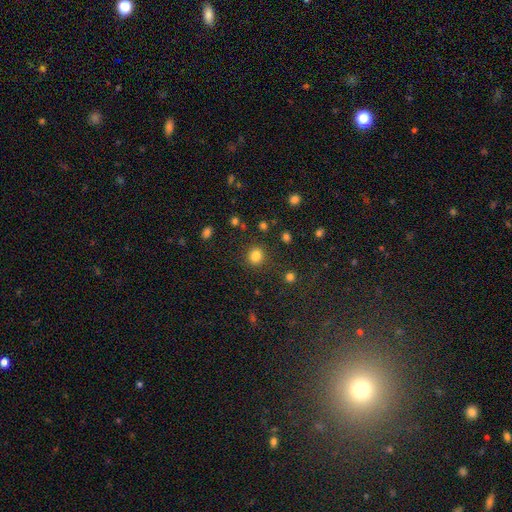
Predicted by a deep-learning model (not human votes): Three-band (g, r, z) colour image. It shows a smooth galaxy with no disk features (82%) that is round (84%). Merging: none (87%).